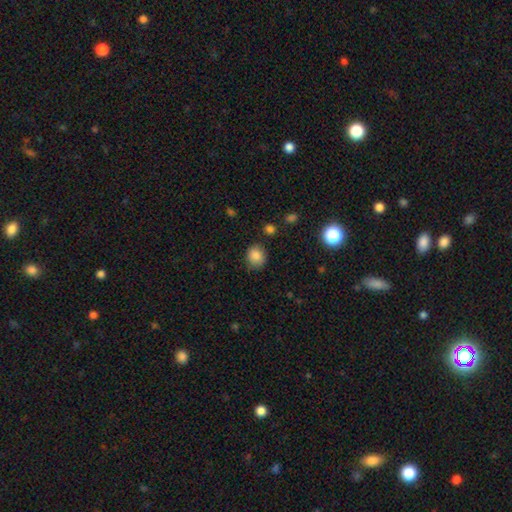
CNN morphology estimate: Overall: smooth (85%). How rounded: round (76%). Merging: none (80%).